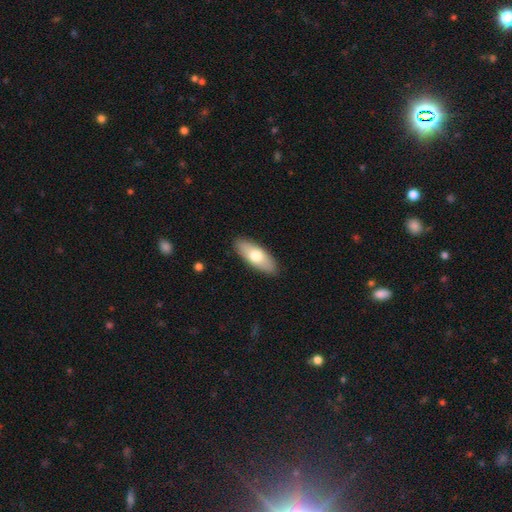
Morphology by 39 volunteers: Overall: smooth (72%). How rounded: in between (82%). Merging: none (83%).